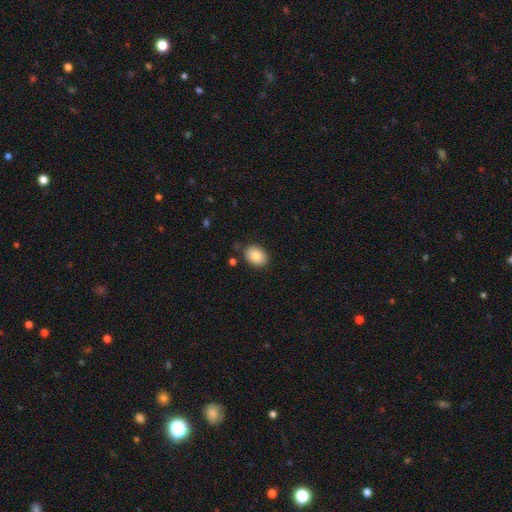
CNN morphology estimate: Overall: smooth (86%). How rounded: in between (74%). Merging: none (85%).